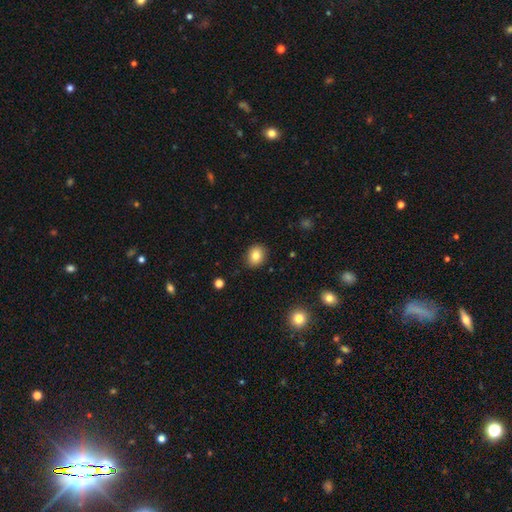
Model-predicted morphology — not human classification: Smooth or featured? smooth (81%)
How rounded? round (61%)
Merging? none (88%)